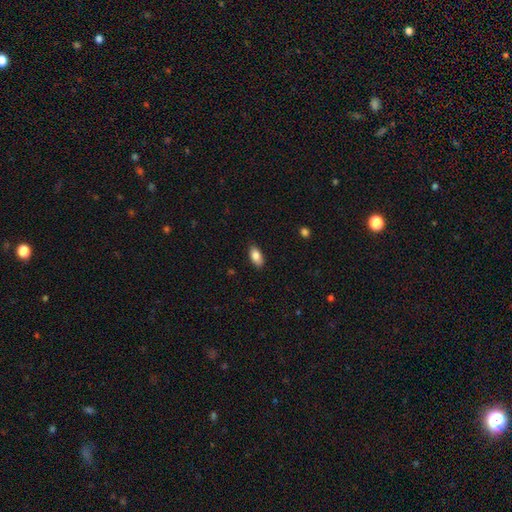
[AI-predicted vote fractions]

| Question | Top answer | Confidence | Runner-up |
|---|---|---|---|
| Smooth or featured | smooth | 85% | featured or disk (8%) |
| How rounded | in between | 91% | cigar-shaped (6%) |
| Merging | none | 87% | minor disturbance (10%) |